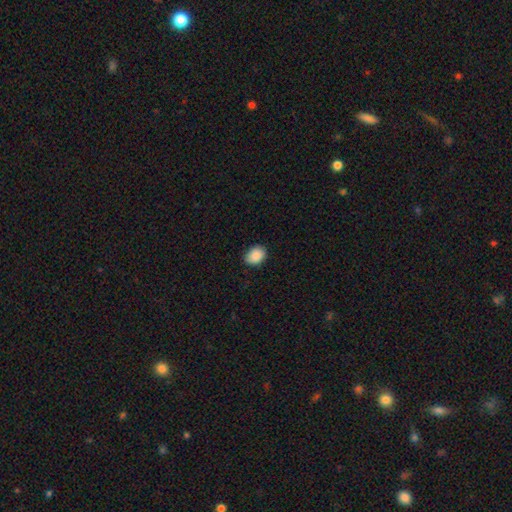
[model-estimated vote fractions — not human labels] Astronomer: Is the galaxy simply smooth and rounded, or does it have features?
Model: smooth — 89%.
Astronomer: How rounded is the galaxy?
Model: in between — 63%.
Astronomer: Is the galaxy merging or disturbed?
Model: none — 82%.